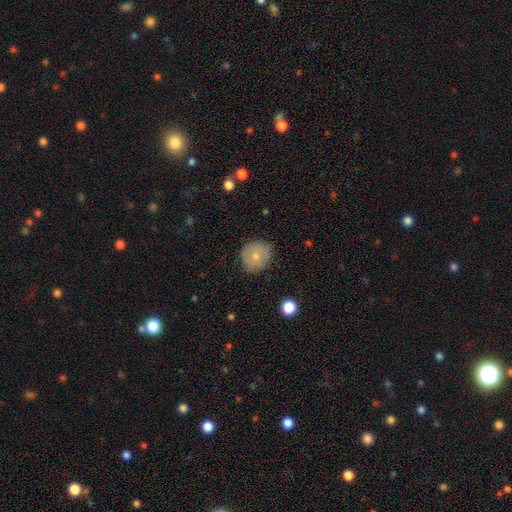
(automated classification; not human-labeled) A smooth galaxy with no disk features (71%) that is round (88%).

Vote fractions:
- Smooth or featured? smooth: 71% / featured or disk: 21% / star or artifact: 8%
- How rounded? round: 88% / in between: 11% / cigar-shaped: 1%
- Merging? none: 82% / minor disturbance: 14% / major disturbance: 3% / merger: 1%